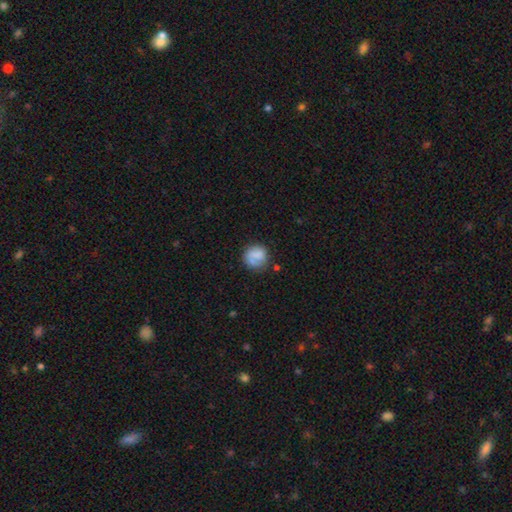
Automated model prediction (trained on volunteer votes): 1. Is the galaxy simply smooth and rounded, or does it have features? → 75% smooth, 16% featured or disk, 8% star or artifact.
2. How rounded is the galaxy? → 84% round, 15% in between, 1% cigar-shaped.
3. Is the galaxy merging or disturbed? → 63% none, 22% minor disturbance, 9% major disturbance, 6% merger.